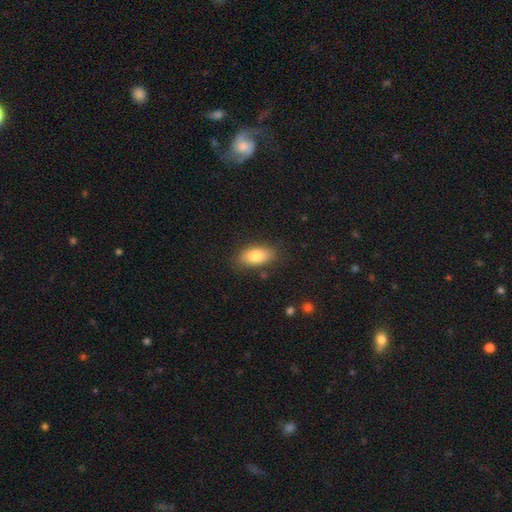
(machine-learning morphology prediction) A smooth galaxy with no disk features (81%) that is in between round and cigar-shaped (89%).

Vote fractions:
- Smooth or featured? smooth: 81% / featured or disk: 12% / star or artifact: 7%
- How rounded? in between: 89% / cigar-shaped: 6% / round: 4%
- Merging? none: 83% / minor disturbance: 12% / major disturbance: 3% / merger: 2%